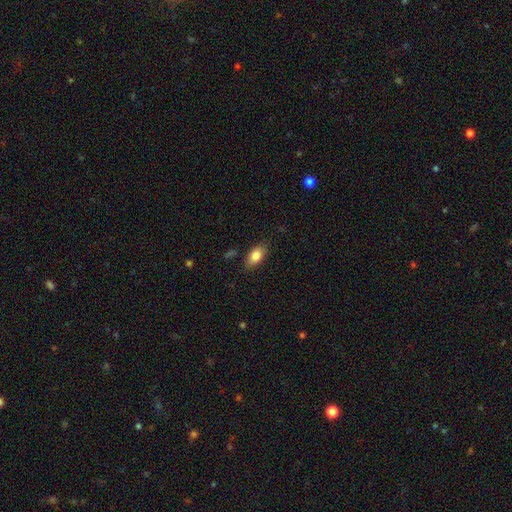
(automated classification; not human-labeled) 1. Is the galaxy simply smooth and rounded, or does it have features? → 82% smooth, 10% featured or disk, 7% star or artifact.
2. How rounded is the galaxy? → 88% in between, 6% round, 5% cigar-shaped.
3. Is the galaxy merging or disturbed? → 82% none, 13% minor disturbance, 3% major disturbance, 2% merger.